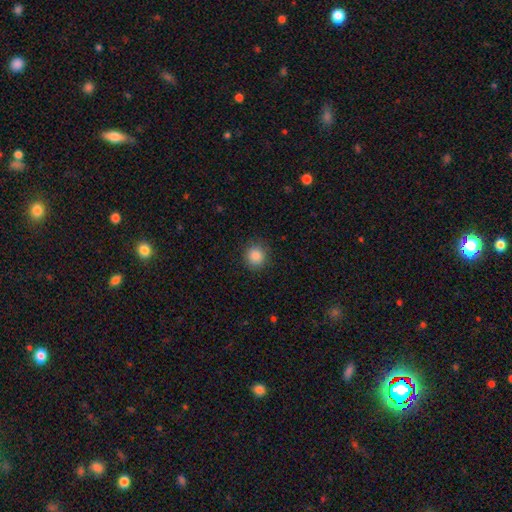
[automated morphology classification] smooth 87%, star or artifact 9%, featured or disk 3%. Down the decision tree: how rounded — round (89%); merging — none (88%).